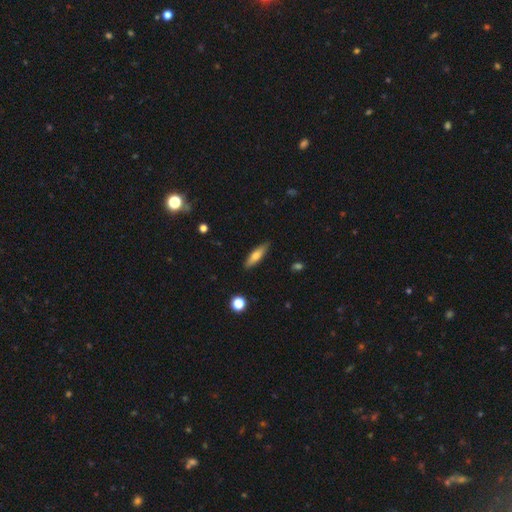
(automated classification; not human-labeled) Smooth or featured? Predicted: smooth (p=0.66). How rounded? Predicted: cigar-shaped (p=0.64). Merging? Predicted: none (p=0.87).